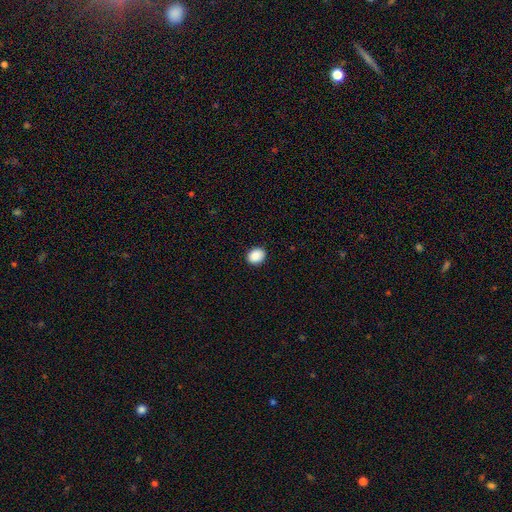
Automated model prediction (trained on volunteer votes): Smooth or featured? smooth (90%)
How rounded? round (54%)
Merging? none (91%)